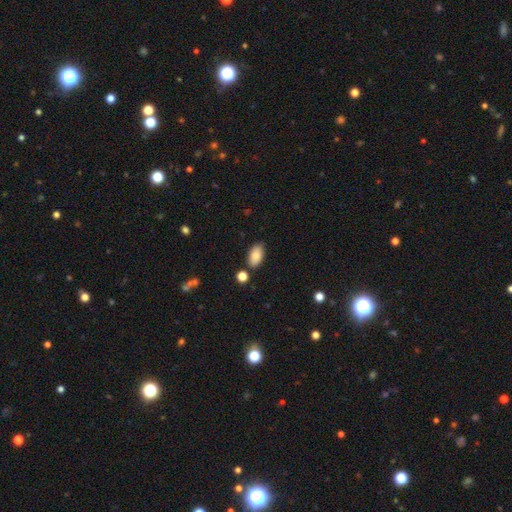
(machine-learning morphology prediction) The model was most divided on "merging": none: 79%, minor disturbance: 14%, merger: 5%, major disturbance: 3%. More confident: how rounded — in between (93%); smooth or featured — smooth (85%).